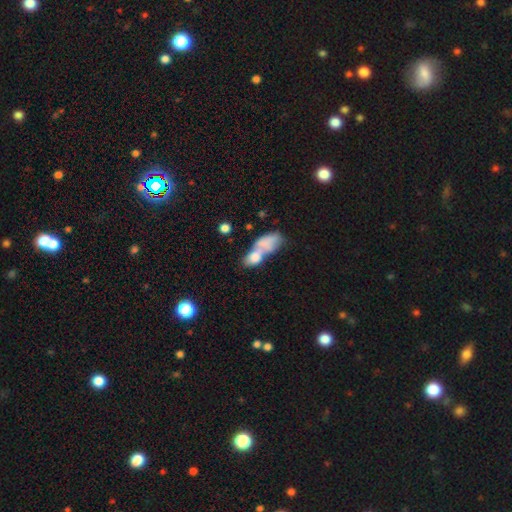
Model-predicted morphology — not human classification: The model was most divided on "smooth or featured": smooth: 65%, featured or disk: 26%, star or artifact: 9%. More confident: how rounded — in between (78%); merging — merger (65%).